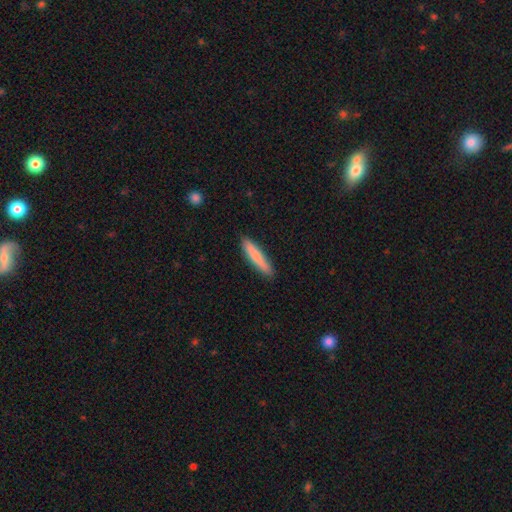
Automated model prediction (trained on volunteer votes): Q: Smooth or featured?
A: smooth (81%); runner-up: featured or disk (13%)
Q: How rounded?
A: cigar-shaped (90%); runner-up: in between (9%)
Q: Merging?
A: none (87%); runner-up: minor disturbance (10%)